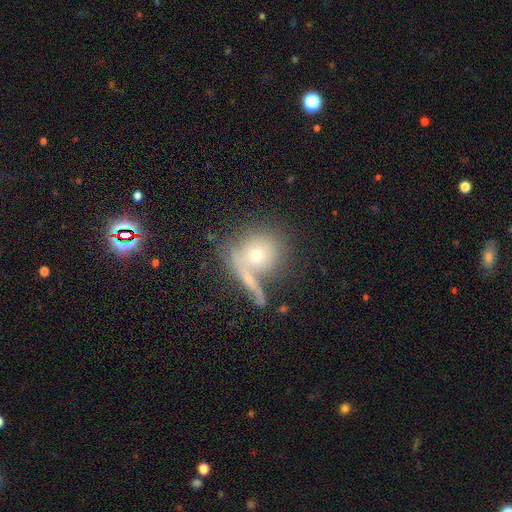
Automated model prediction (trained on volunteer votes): Smooth or featured: smooth — 63% (featured or disk — 26%)
How rounded: round — 80% (in between — 16%)
Merging: none — 50% (merger — 30%)